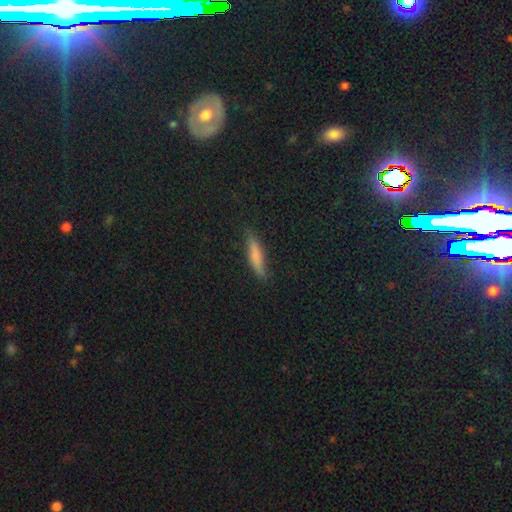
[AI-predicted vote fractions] Morphology: type=smooth (74%); roundness=cigar-shaped (80%); merging=none (78%).